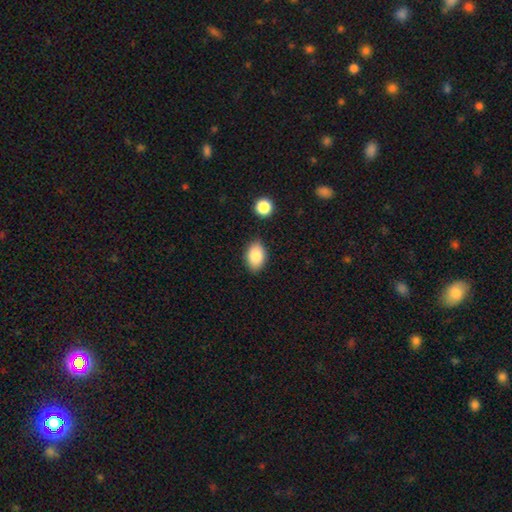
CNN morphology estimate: A smooth galaxy with no disk features (85%) that is in between round and cigar-shaped (87%). Merging: none (83%).